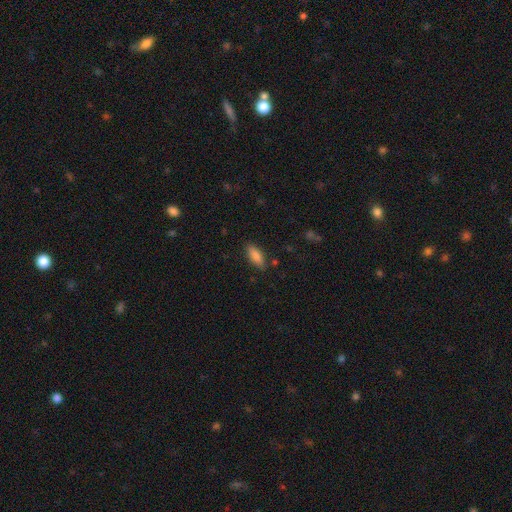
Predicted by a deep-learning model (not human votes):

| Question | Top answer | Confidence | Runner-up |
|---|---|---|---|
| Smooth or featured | smooth | 84% | featured or disk (9%) |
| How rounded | in between | 76% | cigar-shaped (22%) |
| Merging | none | 83% | minor disturbance (12%) |